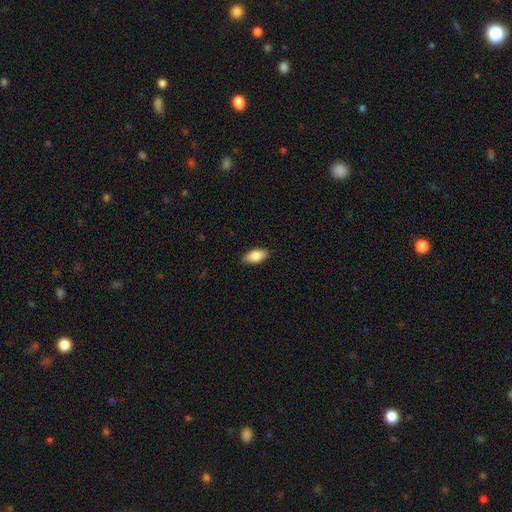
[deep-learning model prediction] Morphology: type=smooth (80%); roundness=in between (89%); merging=none (87%).